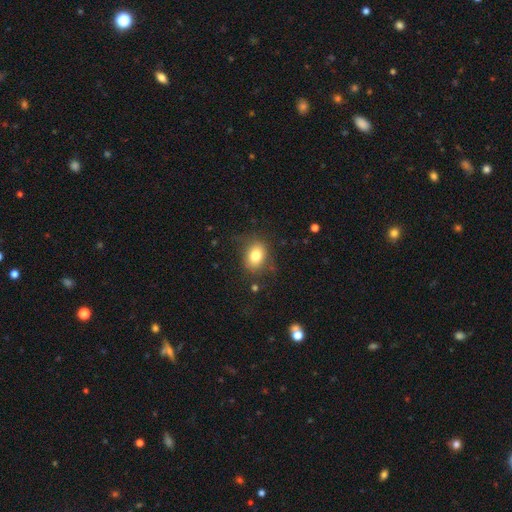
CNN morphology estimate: Smooth or featured? Predicted: smooth (p=0.79). How rounded? Predicted: in between (p=0.60). Merging? Predicted: none (p=0.74).